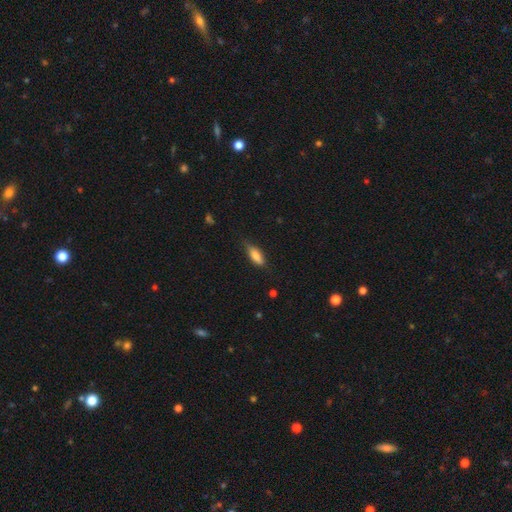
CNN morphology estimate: Smooth or featured: smooth — 78% (featured or disk — 15%)
How rounded: in between — 67% (cigar-shaped — 31%)
Merging: none — 68% (minor disturbance — 25%)